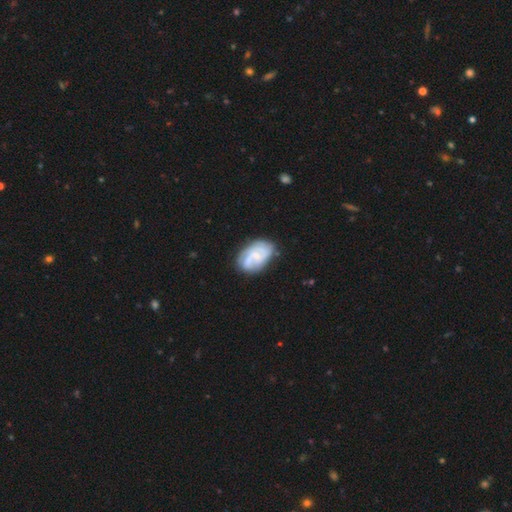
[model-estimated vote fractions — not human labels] smooth-or-featured: featured or disk: 63% | smooth: 30% | star or artifact: 7%
  disk-edge-on: no: 97% | yes: 3%
    bar: no: 50% | weak: 40% | strong: 10%
    has-spiral-arms: yes: 80% | no: 20%
    bulge-size: small: 53% | none: 24% | moderate: 20% | large: 2% | dominant: 1%
  merging: none: 61% | minor disturbance: 24% | major disturbance: 11% | merger: 3%